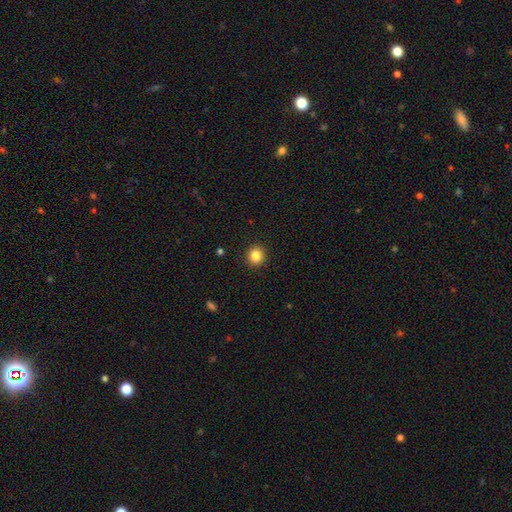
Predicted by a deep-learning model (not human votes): Q: Smooth or featured?
A: smooth (84%); runner-up: star or artifact (10%)
Q: How rounded?
A: round (90%); runner-up: in between (9%)
Q: Merging?
A: none (93%); runner-up: minor disturbance (5%)